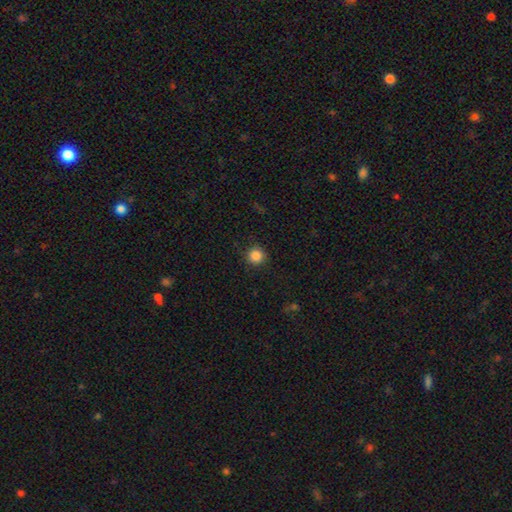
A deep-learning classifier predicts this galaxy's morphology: Q: Smooth or featured?
A: smooth (86%); runner-up: star or artifact (11%)
Q: How rounded?
A: round (94%); runner-up: in between (5%)
Q: Merging?
A: none (90%); runner-up: minor disturbance (7%)